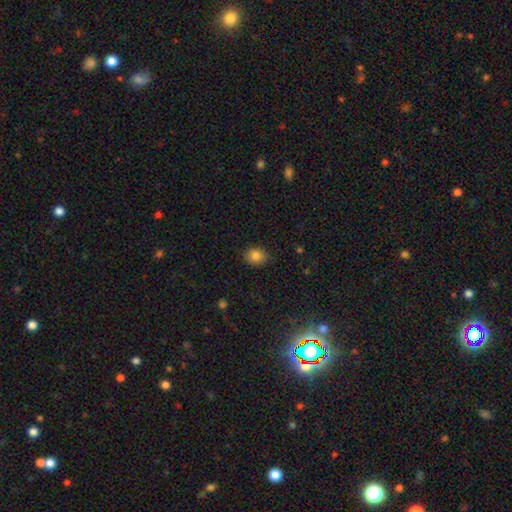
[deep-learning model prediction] Smooth or featured: smooth — 84% (star or artifact — 10%)
How rounded: round — 56% (in between — 43%)
Merging: none — 85% (minor disturbance — 12%)